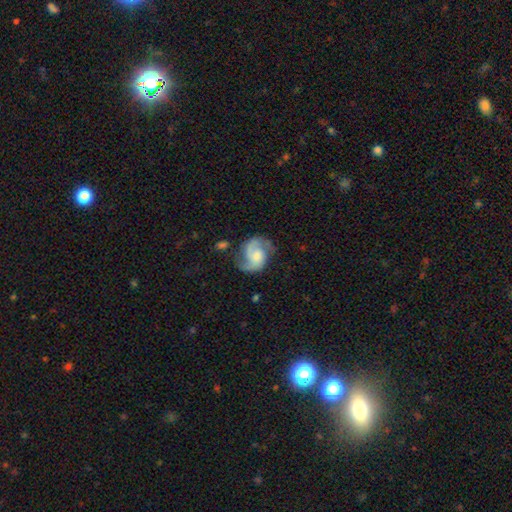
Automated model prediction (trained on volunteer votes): The model was most divided on "bulge size": moderate: 35%, small: 26%, none: 20%, large: 17%, dominant: 3%. More confident: edge-on disk — no (98%); spiral arms — yes (96%); spiral arm count — 2 (87%); smooth or featured — featured or disk (83%); merging — none (64%); bar — no (59%); spiral winding — medium (52%).